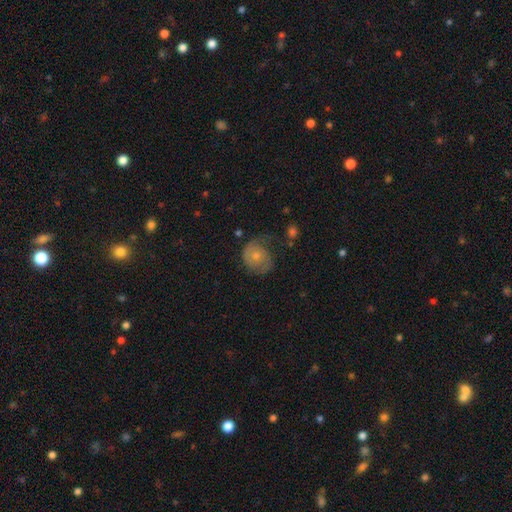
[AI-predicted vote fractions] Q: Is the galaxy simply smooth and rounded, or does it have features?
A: featured or disk — 48%.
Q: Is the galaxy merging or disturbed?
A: none — 48%.